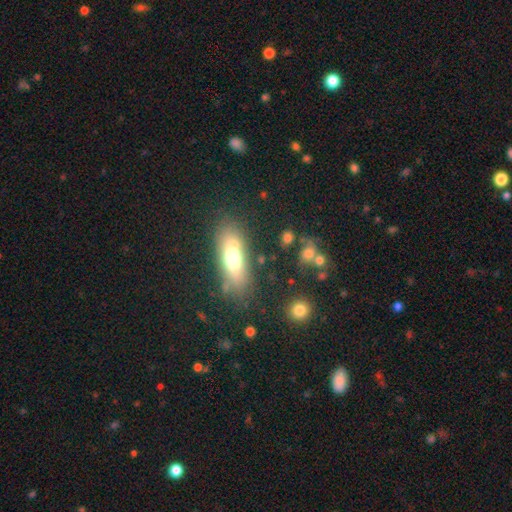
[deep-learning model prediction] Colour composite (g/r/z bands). It shows a smooth galaxy with no disk features (56%) that is in between round and cigar-shaped (60%). Merging: none (79%).